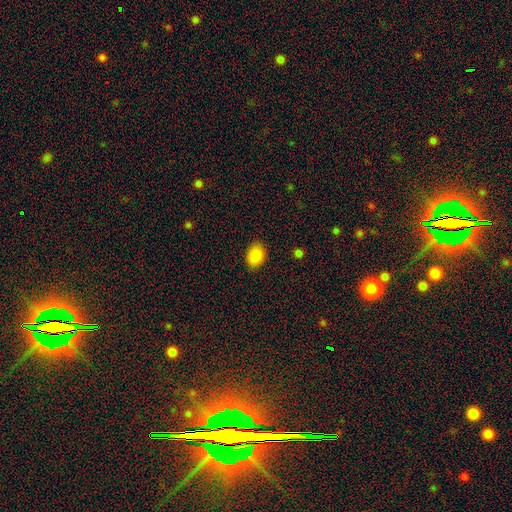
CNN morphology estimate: A smooth galaxy with no disk features (89%) that is in between round and cigar-shaped (75%). Merging: none (87%).